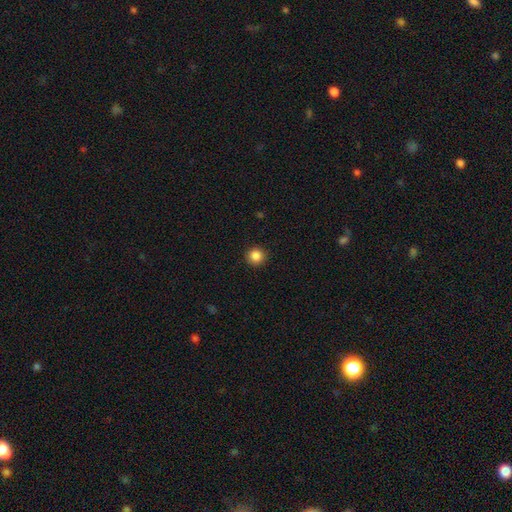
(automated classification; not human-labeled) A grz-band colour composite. It shows a smooth galaxy with no disk features (86%) that is round (95%). Merging: none (93%).